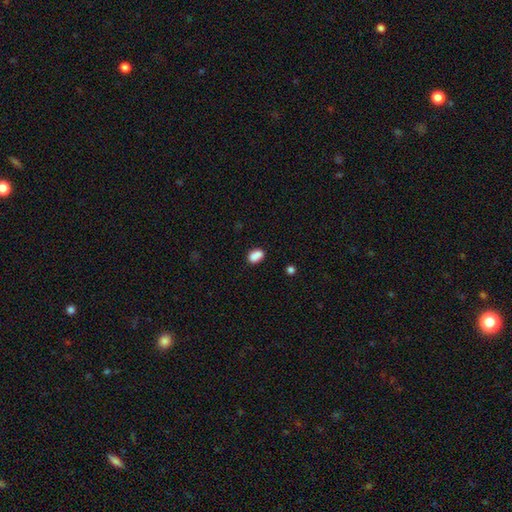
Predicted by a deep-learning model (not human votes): Smooth or featured? smooth (86%)
How rounded? in between (82%)
Merging? none (73%)